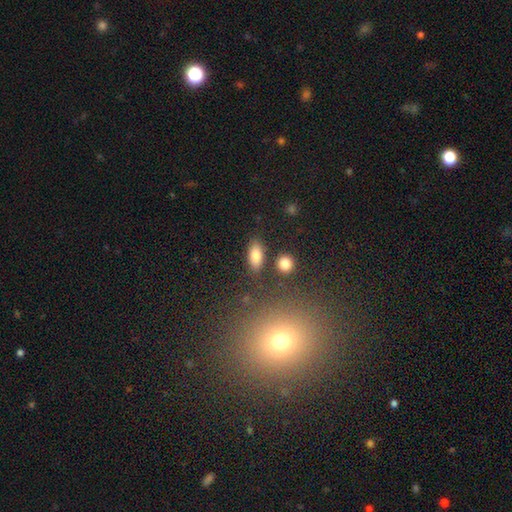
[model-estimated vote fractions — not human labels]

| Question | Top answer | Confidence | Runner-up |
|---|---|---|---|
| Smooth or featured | smooth | 83% | star or artifact (9%) |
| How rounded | in between | 86% | cigar-shaped (8%) |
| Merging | none | 80% | minor disturbance (11%) |